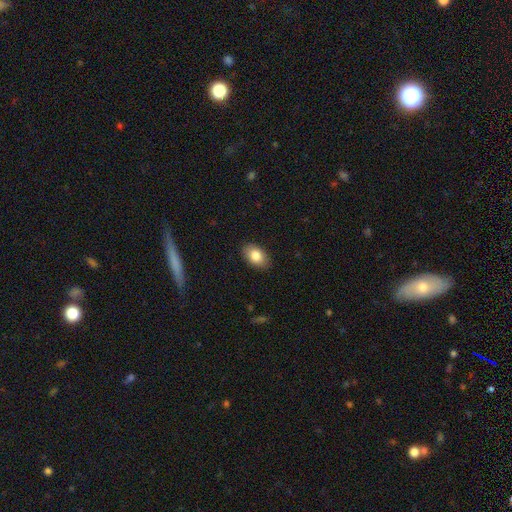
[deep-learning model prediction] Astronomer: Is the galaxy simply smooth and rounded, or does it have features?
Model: smooth — 84%.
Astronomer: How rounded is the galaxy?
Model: in between — 88%.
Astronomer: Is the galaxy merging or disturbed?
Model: none — 88%.